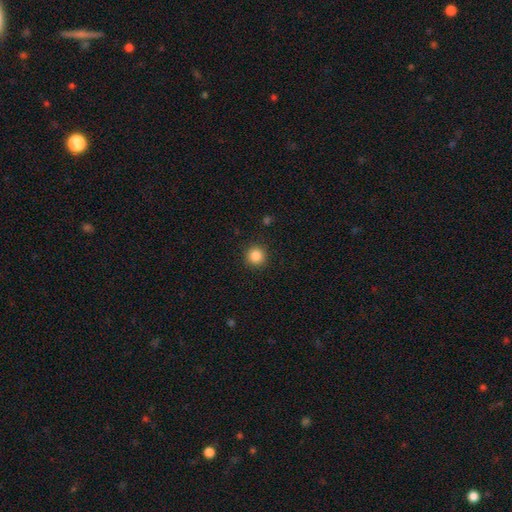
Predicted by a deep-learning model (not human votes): A smooth galaxy with no disk features (86%) that is round (94%). Merging: none (91%).